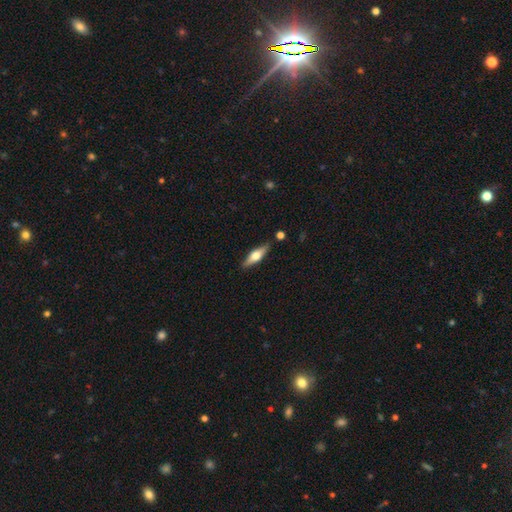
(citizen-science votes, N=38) featured or disk 53%, smooth 42%, star or artifact 5%. Down the decision tree: edge-on disk — yes (90%); edge-on bulge — rounded (100%); merging — none (81%).